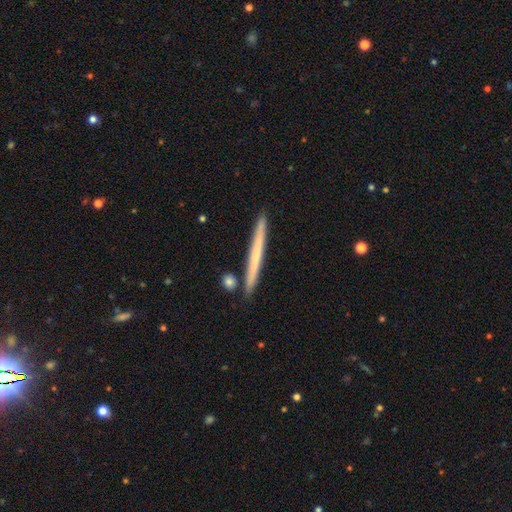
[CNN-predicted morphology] This is possibly a featured or disk galaxy (47%). Merging: clearly none (89%).